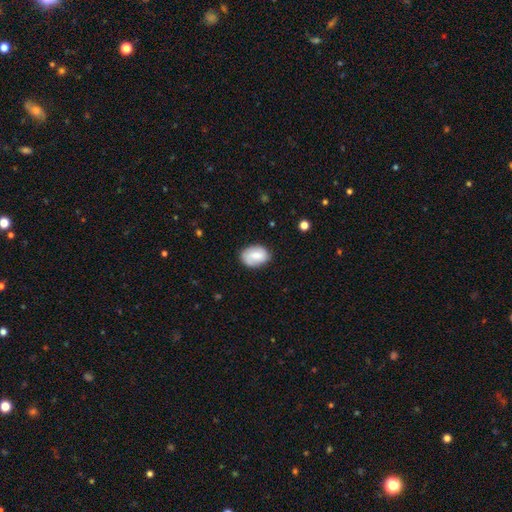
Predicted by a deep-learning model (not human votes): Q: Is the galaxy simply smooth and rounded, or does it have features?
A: smooth — 74%.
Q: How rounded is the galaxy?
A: in between — 78%.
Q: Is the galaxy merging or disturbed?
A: none — 74%.